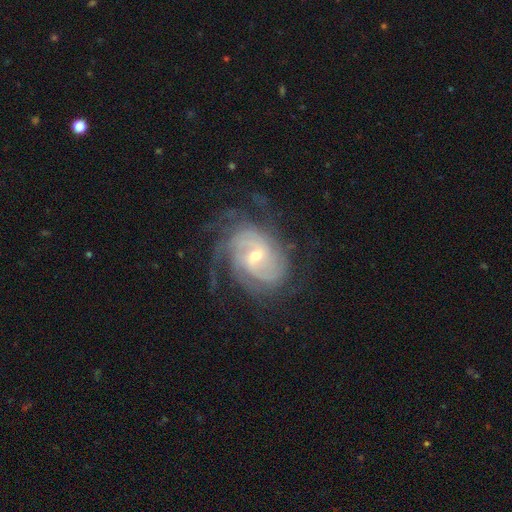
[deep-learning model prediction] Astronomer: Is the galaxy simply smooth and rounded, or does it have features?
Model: featured or disk — 88%.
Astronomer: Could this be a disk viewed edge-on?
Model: no — 97%.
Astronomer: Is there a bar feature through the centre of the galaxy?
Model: no — 45% (runner-up: weak, 43%).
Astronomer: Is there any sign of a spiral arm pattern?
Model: yes — 97%.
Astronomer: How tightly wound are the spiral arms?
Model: tight — 61%.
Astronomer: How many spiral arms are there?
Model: can't tell — 31% (runner-up: 2, 20%).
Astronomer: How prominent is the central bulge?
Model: small — 54% (runner-up: moderate, 43%).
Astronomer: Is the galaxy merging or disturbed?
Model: none — 66%.